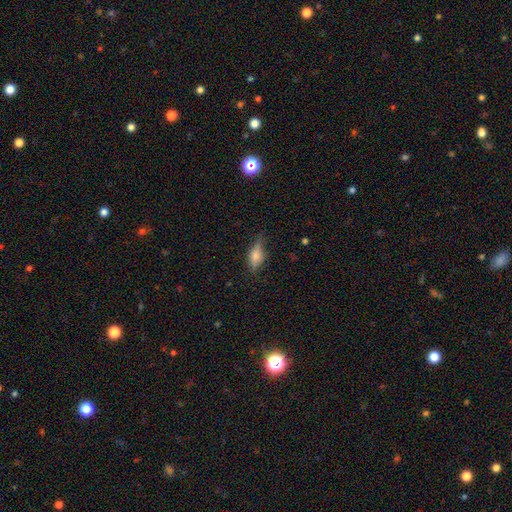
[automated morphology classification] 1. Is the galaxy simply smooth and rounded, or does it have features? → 46% smooth, 43% featured or disk, 11% star or artifact.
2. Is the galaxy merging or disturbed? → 74% none, 20% minor disturbance, 5% major disturbance, 1% merger.